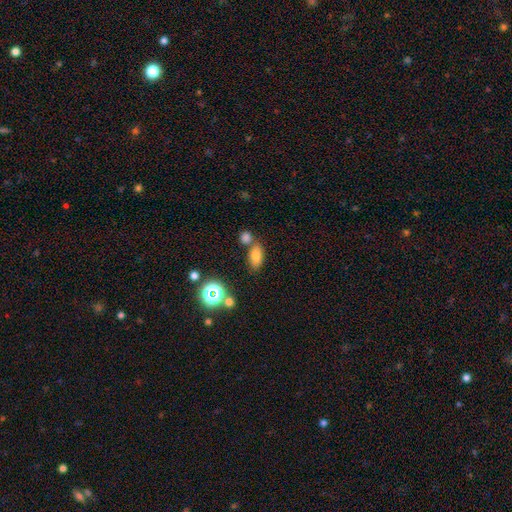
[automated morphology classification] This appears to be a smooth galaxy with no disk features (76%) that is in between round and cigar-shaped (86%). Merging: none (63%).